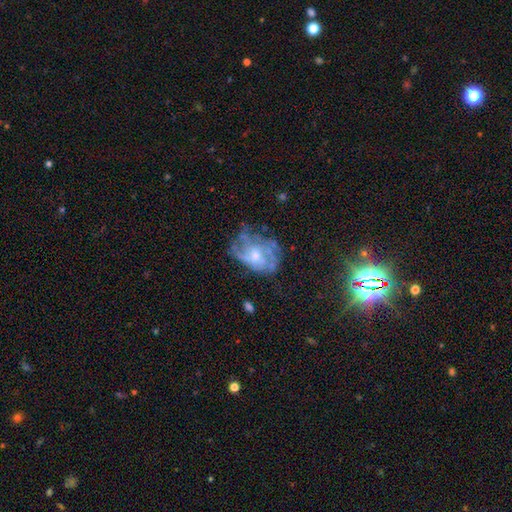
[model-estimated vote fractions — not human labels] Smooth or featured: featured or disk — 74% (smooth — 17%)
Edge-on disk: no — 97% (yes — 3%)
Bar: no — 73% (weak — 24%)
Spiral arms: yes — 76% (no — 24%)
Spiral winding: tight — 40% (medium — 39%)
Spiral arm count: can't tell — 47% (3 — 15%)
Bulge size: small — 51% (moderate — 42%)
Merging: none — 51% (minor disturbance — 25%)